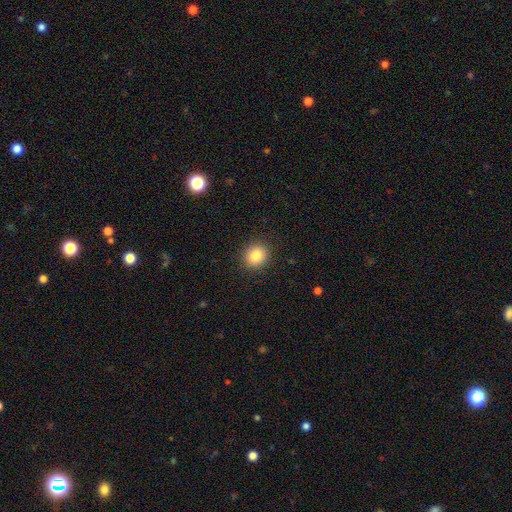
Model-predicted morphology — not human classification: This is clearly a smooth galaxy (84%). How rounded: clearly round (80%). Merging: clearly none (90%).